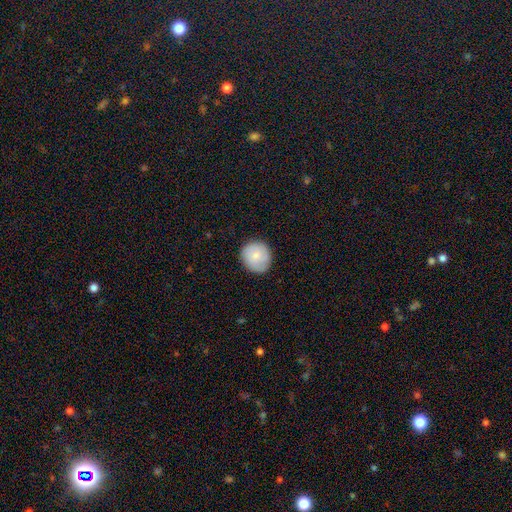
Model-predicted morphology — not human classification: Overall: smooth (77%). How rounded: round (91%). Merging: none (86%).